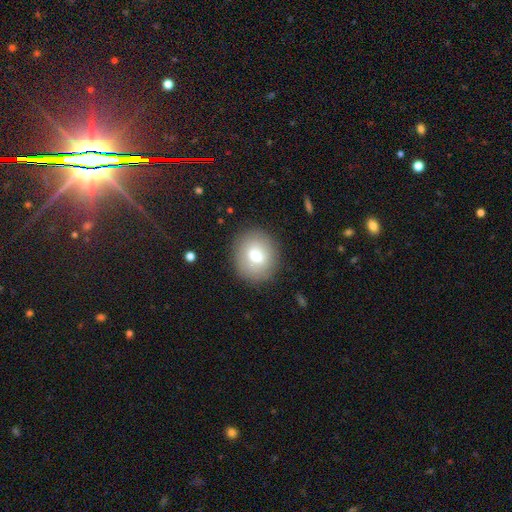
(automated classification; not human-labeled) Smooth or featured?
  - smooth: 71% *
  - featured or disk: 20%
  - star or artifact: 9%
How rounded?
  - round: 84% *
  - in between: 15%
  - cigar-shaped: 1%
Merging?
  - none: 88% *
  - minor disturbance: 8%
  - major disturbance: 3%
  - merger: 1%